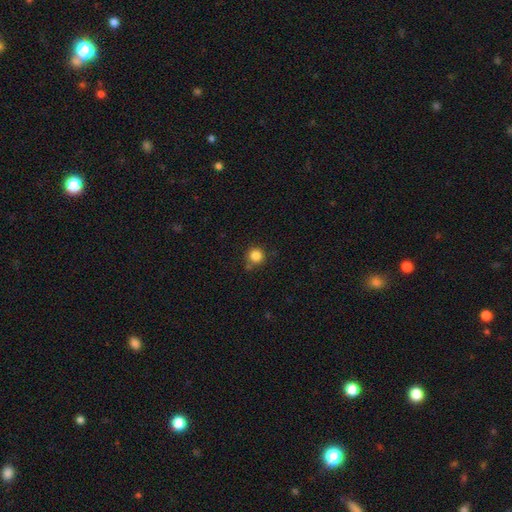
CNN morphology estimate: The model was most divided on "merging": none: 78%, minor disturbance: 11%, merger: 7%, major disturbance: 3%. More confident: how rounded — round (94%); smooth or featured — smooth (84%).